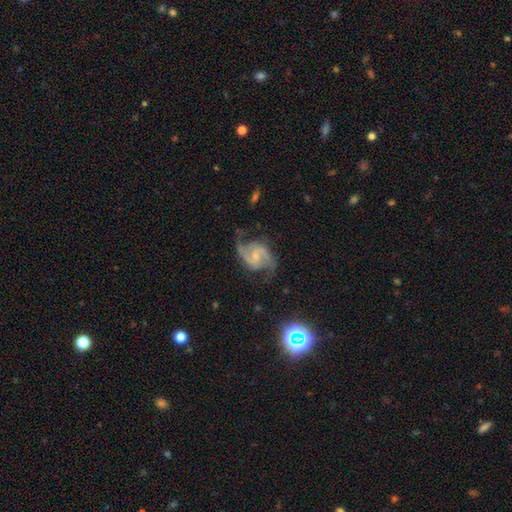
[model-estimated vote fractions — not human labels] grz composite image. It shows a featured or disk galaxy (90%) with a weak bar (46%), 2 (91%) medium (56%) spiral arms (98%) and a small central bulge (61%). Merging: none (70%).